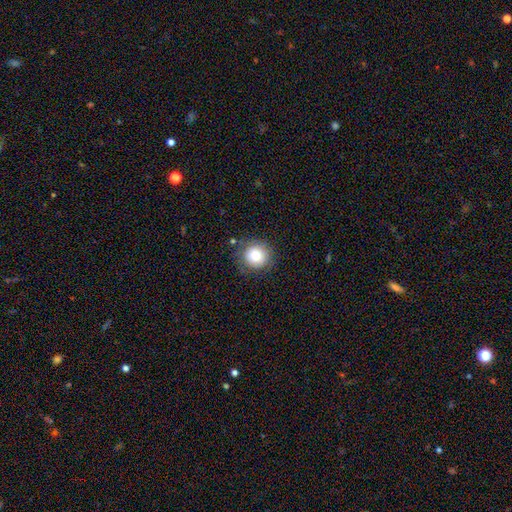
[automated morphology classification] A smooth galaxy with no disk features (79%) that is round (92%).

Vote fractions:
- Smooth or featured? smooth: 79% / featured or disk: 11% / star or artifact: 10%
- How rounded? round: 92% / in between: 7% / cigar-shaped: 1%
- Merging? none: 82% / minor disturbance: 12% / major disturbance: 4% / merger: 2%